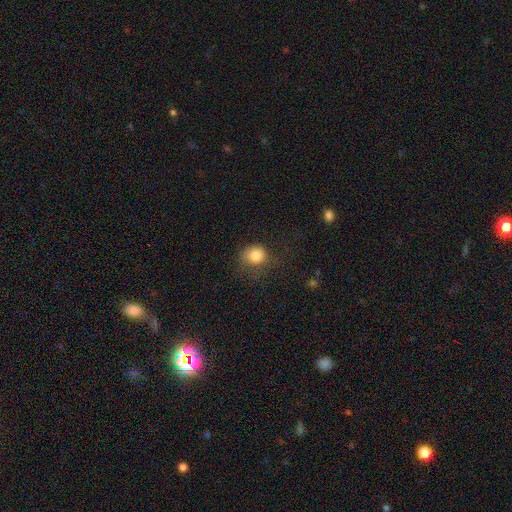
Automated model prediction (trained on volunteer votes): smooth 82%, star or artifact 11%, featured or disk 7%. Down the decision tree: how rounded — round (75%); merging — none (54%).